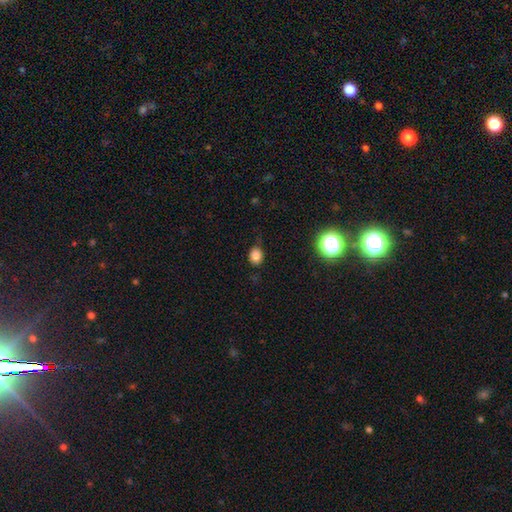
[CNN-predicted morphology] A smooth galaxy with no disk features (82%) that is round (54%). Merging: none (71%).